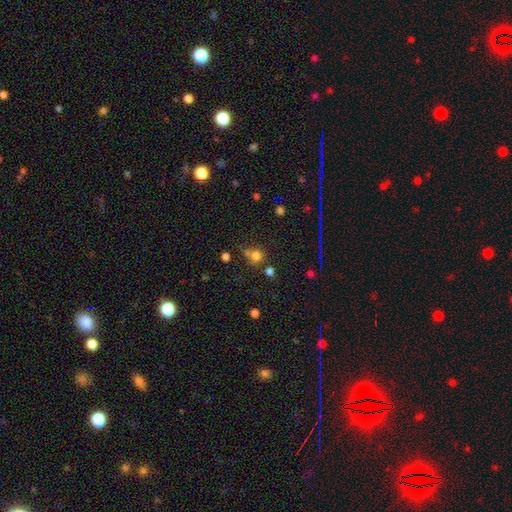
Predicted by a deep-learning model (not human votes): smooth-or-featured: smooth: 74% | star or artifact: 18% | featured or disk: 8%
  how-rounded: round: 86% | in between: 13% | cigar-shaped: 1%
  merging: none: 57% | merger: 23% | minor disturbance: 14% | major disturbance: 7%